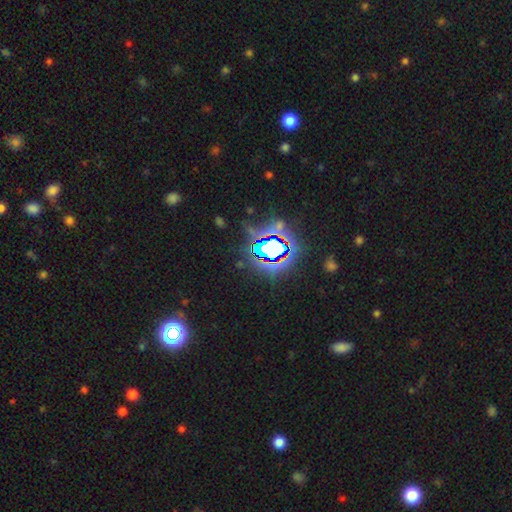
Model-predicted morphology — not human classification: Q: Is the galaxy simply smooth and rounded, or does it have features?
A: star or artifact — 81%.